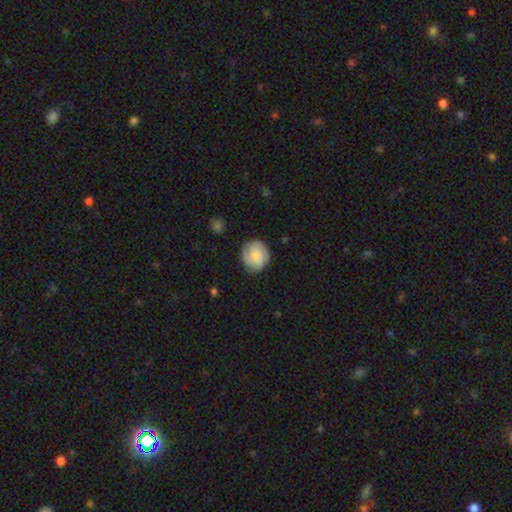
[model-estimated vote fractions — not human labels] smooth_or_featured: smooth (p=0.56) [alt: featured or disk p=0.36]
how_rounded: round (p=0.83) [alt: in between p=0.16]
merging: none (p=0.83) [alt: minor disturbance p=0.12]